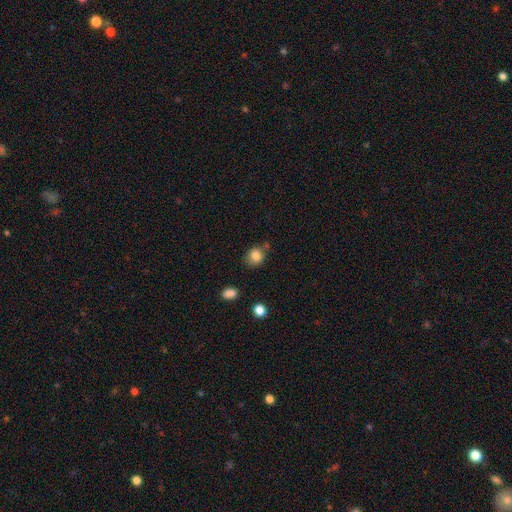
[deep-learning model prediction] Overall: smooth (83%). How rounded: round (72%). Merging: none (70%).